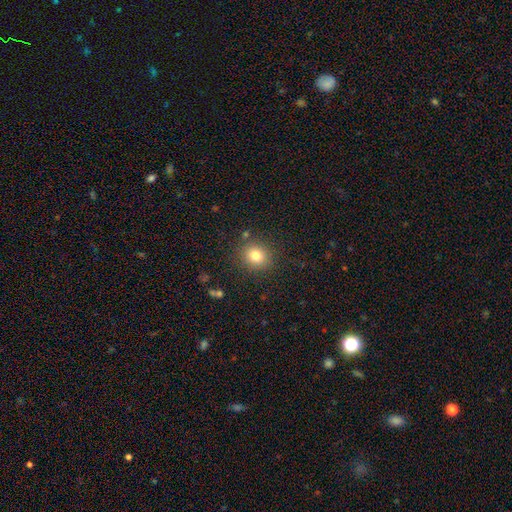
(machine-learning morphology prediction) smooth_or_featured: smooth (p=0.80) [alt: star or artifact p=0.13]
how_rounded: round (p=0.79) [alt: in between p=0.20]
merging: none (p=0.86) [alt: minor disturbance p=0.09]